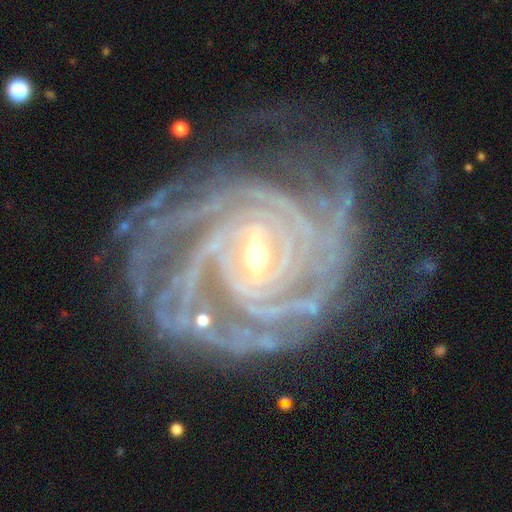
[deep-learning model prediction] Smooth or featured? featured or disk (92%)
Edge-on disk? no (97%)
Bar? weak (44%)
Spiral arms? yes (98%)
Spiral winding? tight (80%)
Spiral arm count? 4 (23%, tied with more than 4)
Bulge size? small (51%)
Merging? none (63%)